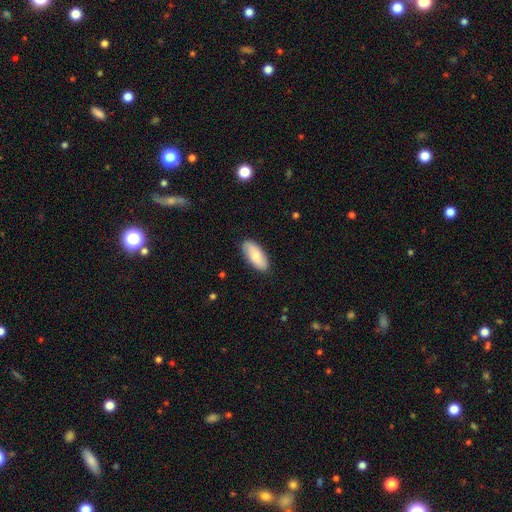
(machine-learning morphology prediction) Smooth or featured?
  - smooth: 78% *
  - featured or disk: 17%
  - star or artifact: 5%
How rounded?
  - in between: 89% *
  - cigar-shaped: 10%
  - round: 2%
Merging?
  - none: 86% *
  - minor disturbance: 11%
  - major disturbance: 2%
  - merger: 1%